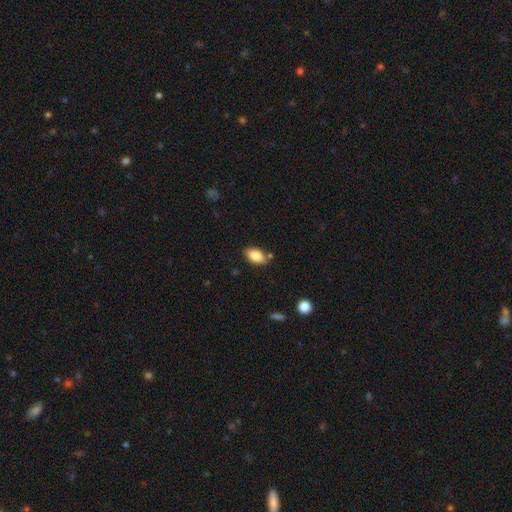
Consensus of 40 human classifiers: smooth 85%, featured or disk 8%, star or artifact 8%. Down the decision tree: how rounded — in between (97%); merging — none (73%).